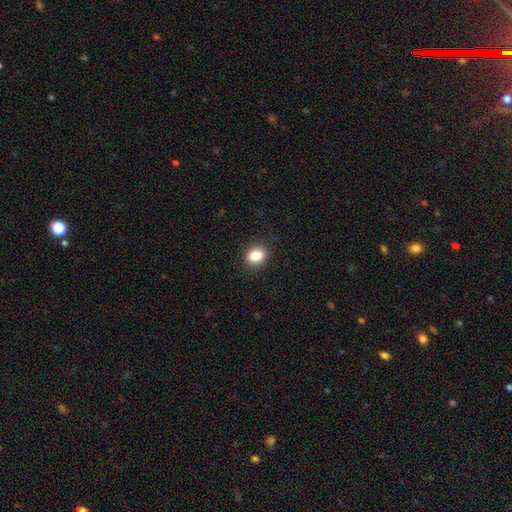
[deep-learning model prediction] Smooth or featured?
  - smooth: 85% *
  - star or artifact: 10%
  - featured or disk: 5%
How rounded?
  - in between: 50% *
  - round: 49%
  - cigar-shaped: 1%
Merging?
  - none: 88% *
  - minor disturbance: 8%
  - major disturbance: 2%
  - merger: 1%